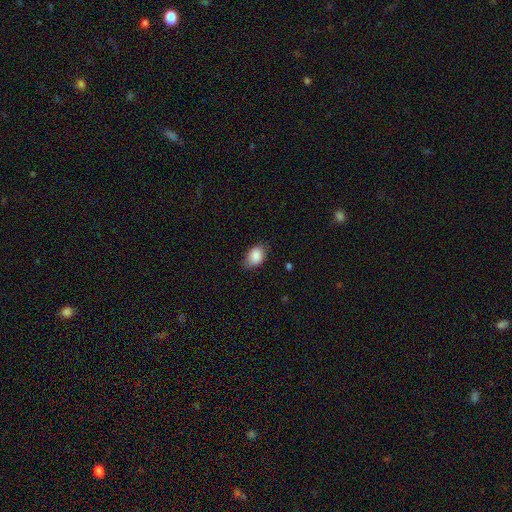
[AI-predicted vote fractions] Smooth or featured?
  - smooth: 87% *
  - star or artifact: 7%
  - featured or disk: 6%
How rounded?
  - in between: 81% *
  - round: 18%
  - cigar-shaped: 1%
Merging?
  - none: 71% *
  - minor disturbance: 24%
  - major disturbance: 4%
  - merger: 1%